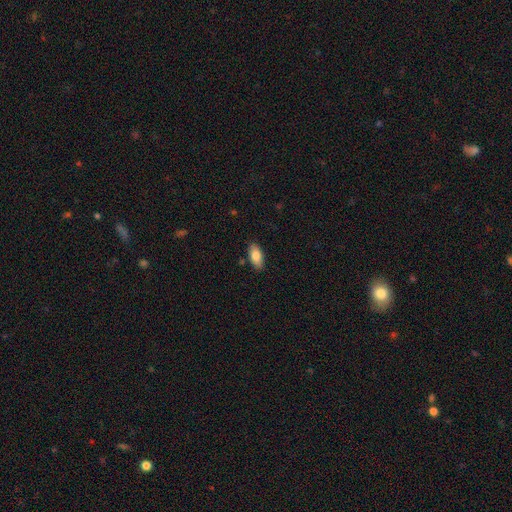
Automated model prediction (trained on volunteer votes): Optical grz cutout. It shows a smooth galaxy with no disk features (83%) that is in between round and cigar-shaped (90%). Merging: none (85%).